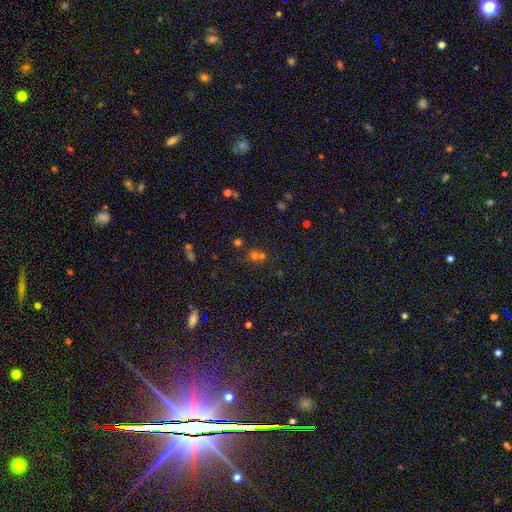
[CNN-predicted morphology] Smooth or featured? Predicted: star or artifact (p=0.45).